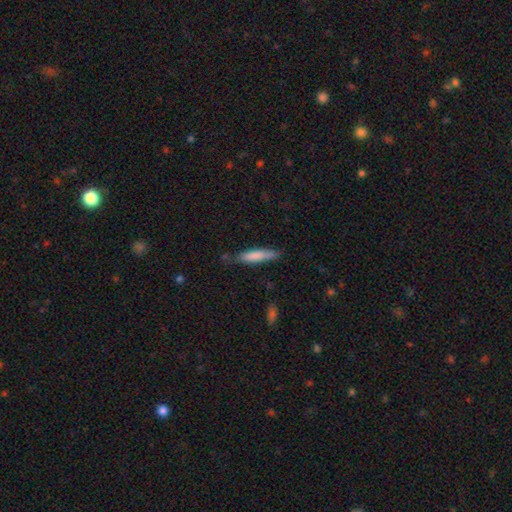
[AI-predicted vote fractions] Smooth or featured: smooth — 77% (featured or disk — 17%)
How rounded: cigar-shaped — 86% (in between — 12%)
Merging: none — 76% (minor disturbance — 18%)